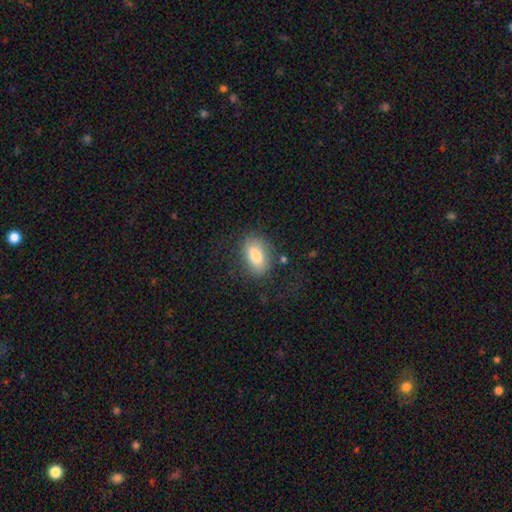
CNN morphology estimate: A smooth galaxy with no disk features (79%) that is in between round and cigar-shaped (86%). Merging: none (76%).